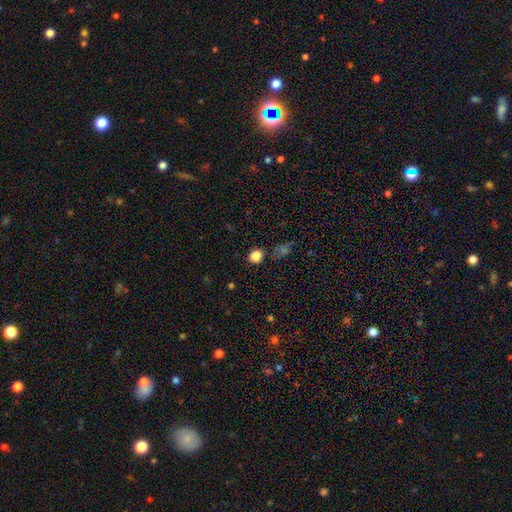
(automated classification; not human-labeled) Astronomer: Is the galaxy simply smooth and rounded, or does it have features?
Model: smooth — 83%.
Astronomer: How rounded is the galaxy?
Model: round — 67%.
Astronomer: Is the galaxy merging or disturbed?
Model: none — 78%.